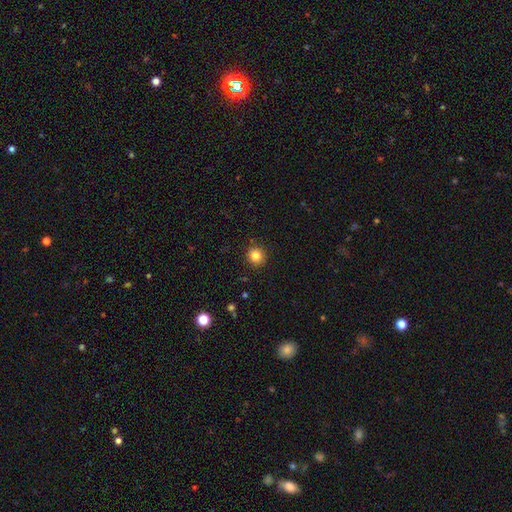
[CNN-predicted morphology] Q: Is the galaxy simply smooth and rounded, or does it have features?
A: smooth — 83%.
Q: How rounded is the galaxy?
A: round — 93%.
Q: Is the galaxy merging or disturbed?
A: none — 91%.